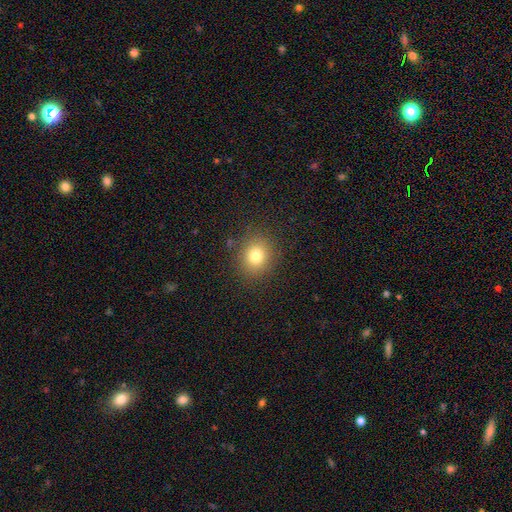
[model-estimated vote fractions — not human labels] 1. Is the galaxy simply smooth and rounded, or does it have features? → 77% smooth, 14% star or artifact, 9% featured or disk.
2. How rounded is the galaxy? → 77% round, 22% in between, 1% cigar-shaped.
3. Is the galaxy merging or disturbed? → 87% none, 8% minor disturbance, 3% major disturbance, 1% merger.